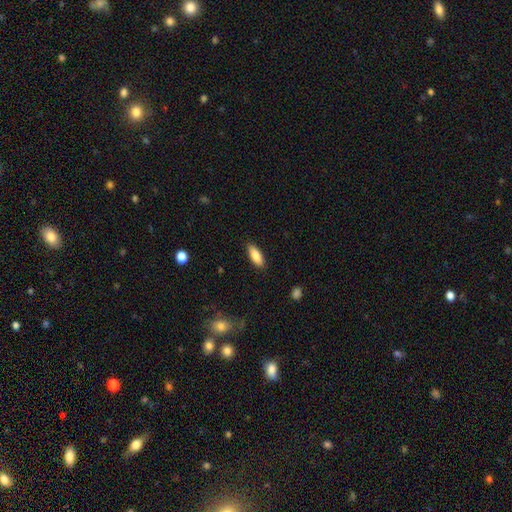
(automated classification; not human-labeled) Morphology: type=smooth (86%); roundness=in between (70%); merging=none (87%).